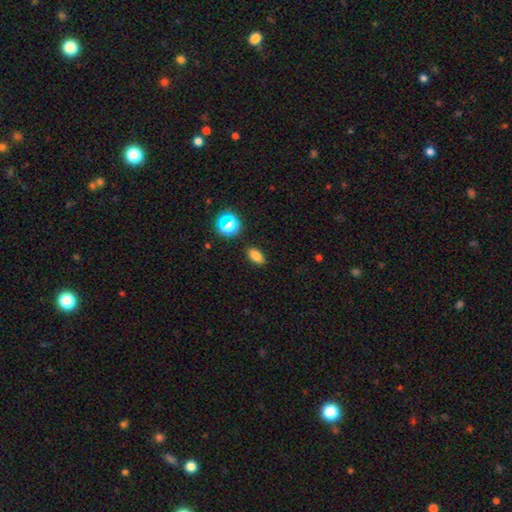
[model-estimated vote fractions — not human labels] Smooth or featured: smooth — 77% (star or artifact — 16%)
How rounded: in between — 85% (round — 9%)
Merging: none — 86% (minor disturbance — 10%)